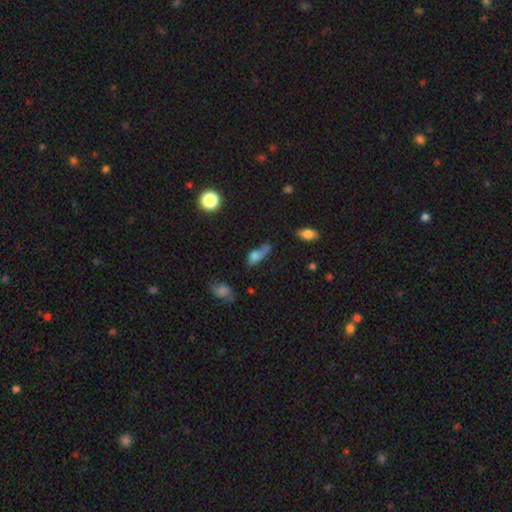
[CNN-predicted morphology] Smooth or featured: smooth — 62% (featured or disk — 24%)
How rounded: in between — 63% (cigar-shaped — 28%)
Merging: none — 33% (minor disturbance — 27%)